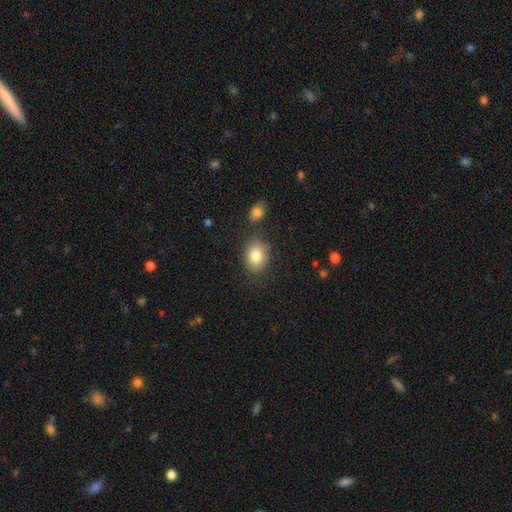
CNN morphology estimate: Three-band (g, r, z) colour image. It shows a smooth galaxy with no disk features (81%) that is in between round and cigar-shaped (66%). Merging: none (77%).